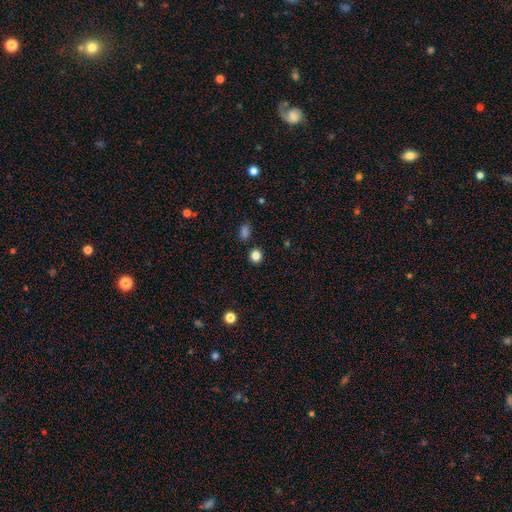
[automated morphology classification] This appears to be a smooth galaxy with no disk features (84%) that is round (86%). Merging: none (89%).